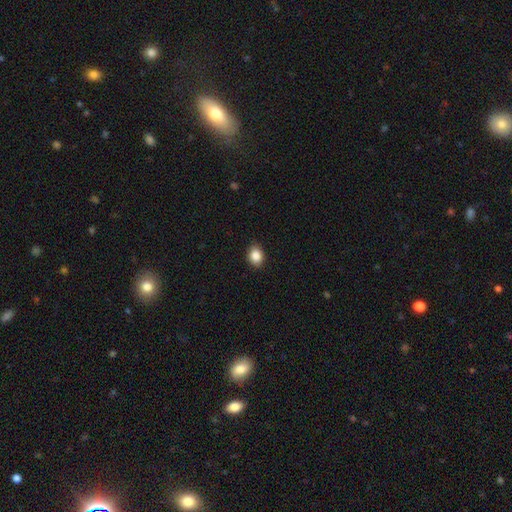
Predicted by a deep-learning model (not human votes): Smooth or featured: smooth — 87% (star or artifact — 9%)
How rounded: in between — 58% (round — 41%)
Merging: none — 88% (minor disturbance — 9%)